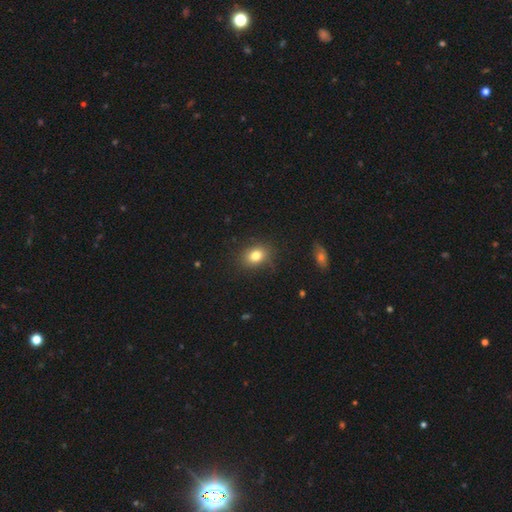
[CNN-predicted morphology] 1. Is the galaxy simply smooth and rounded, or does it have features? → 80% smooth, 11% star or artifact, 8% featured or disk.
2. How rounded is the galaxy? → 55% in between, 44% round, 1% cigar-shaped.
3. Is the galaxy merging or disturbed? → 82% none, 13% minor disturbance, 4% major disturbance, 1% merger.